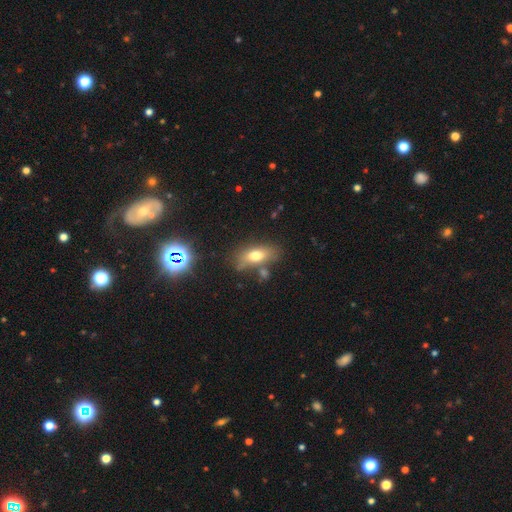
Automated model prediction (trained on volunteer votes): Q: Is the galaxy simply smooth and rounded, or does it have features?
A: smooth — 69%.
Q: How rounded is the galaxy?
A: in between — 80%.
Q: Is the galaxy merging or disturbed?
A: none — 63%.